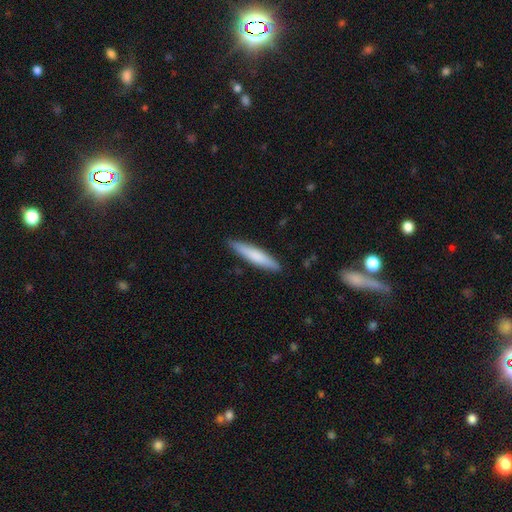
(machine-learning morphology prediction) The model was most divided on "smooth or featured": smooth: 74%, featured or disk: 21%, star or artifact: 5%. More confident: how rounded — cigar-shaped (89%); merging — none (89%).